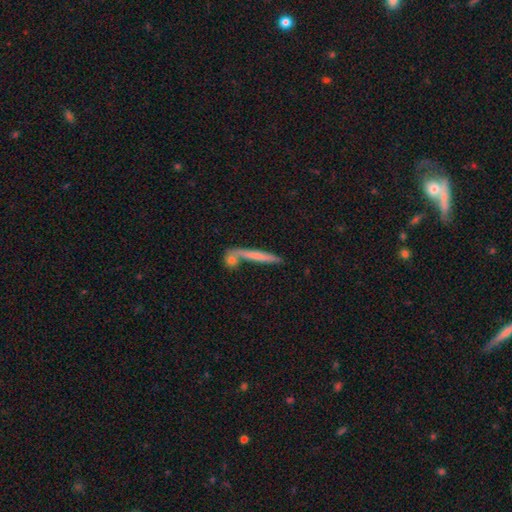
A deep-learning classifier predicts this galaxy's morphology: A smooth galaxy with no disk features (57%) that is cigar-shaped (92%). Merging: none (65%).